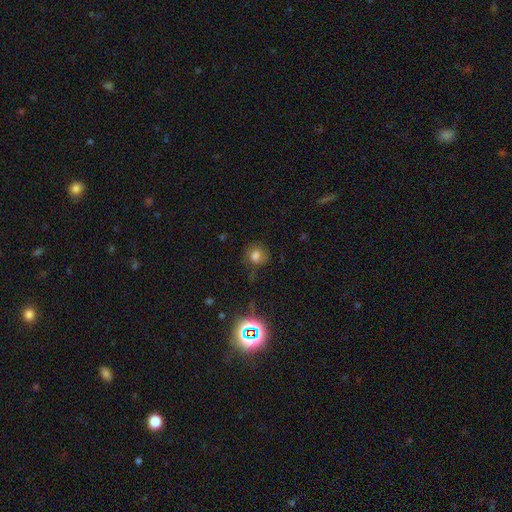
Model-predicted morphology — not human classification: This appears to be a smooth galaxy with no disk features (71%) that is round (74%). Merging: none (67%).